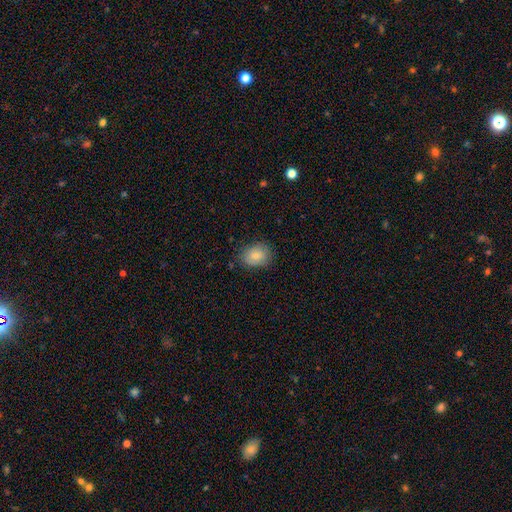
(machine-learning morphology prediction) smooth-or-featured: smooth: 82% | featured or disk: 11% | star or artifact: 8%
  how-rounded: in between: 59% | round: 40% | cigar-shaped: 1%
  merging: none: 79% | minor disturbance: 17% | major disturbance: 4% | merger: 1%